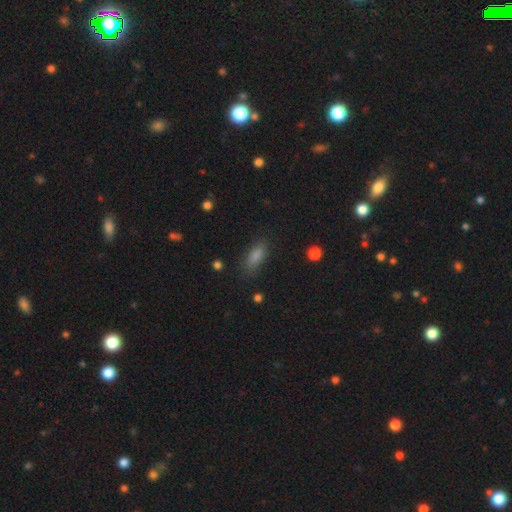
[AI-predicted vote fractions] This appears to be a smooth galaxy with no disk features (78%) that is in between round and cigar-shaped (72%). Merging: none (82%).